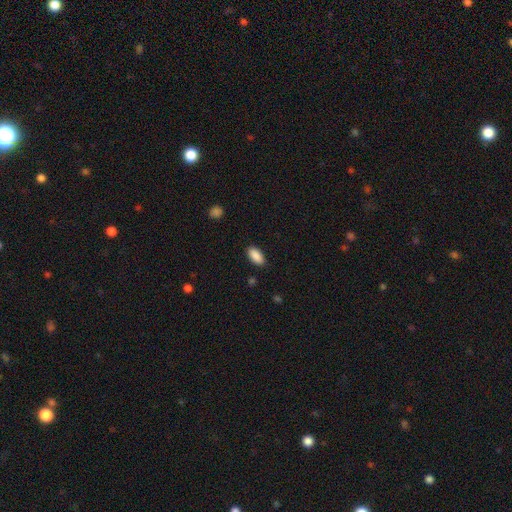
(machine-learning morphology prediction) Smooth or featured?
  - smooth: 90% *
  - star or artifact: 7%
  - featured or disk: 3%
How rounded?
  - in between: 91% *
  - cigar-shaped: 6%
  - round: 2%
Merging?
  - none: 87% *
  - minor disturbance: 9%
  - major disturbance: 2%
  - merger: 1%